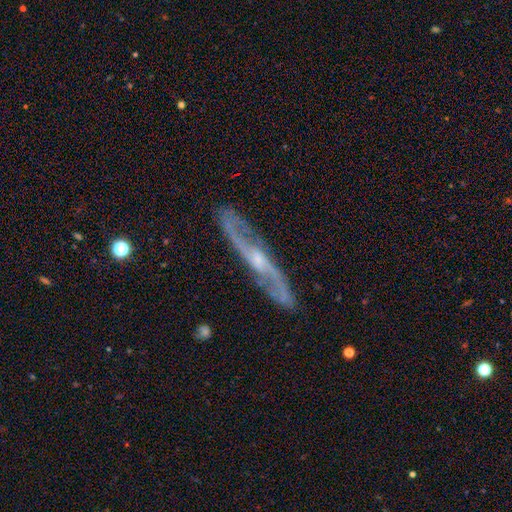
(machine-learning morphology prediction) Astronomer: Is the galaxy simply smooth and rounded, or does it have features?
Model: featured or disk — 87%.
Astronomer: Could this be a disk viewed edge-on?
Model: no — 67%.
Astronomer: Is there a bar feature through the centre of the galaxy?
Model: no — 41%, tied with weak at 41%.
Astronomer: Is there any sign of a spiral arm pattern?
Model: yes — 96%.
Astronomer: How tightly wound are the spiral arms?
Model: loose — 46% (runner-up: medium, 40%).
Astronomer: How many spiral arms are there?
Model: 2 — 92%.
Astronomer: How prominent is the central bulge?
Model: small — 49% (runner-up: moderate, 44%).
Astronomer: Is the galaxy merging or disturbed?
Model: none — 85%.